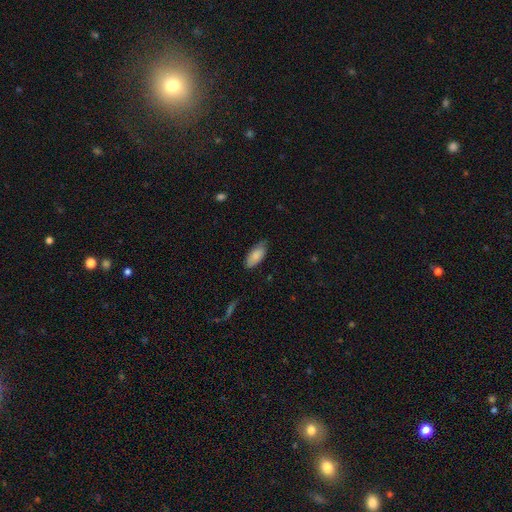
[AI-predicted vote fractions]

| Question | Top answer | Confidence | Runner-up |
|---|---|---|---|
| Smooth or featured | smooth | 85% | featured or disk (9%) |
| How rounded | in between | 87% | cigar-shaped (12%) |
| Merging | none | 73% | minor disturbance (22%) |